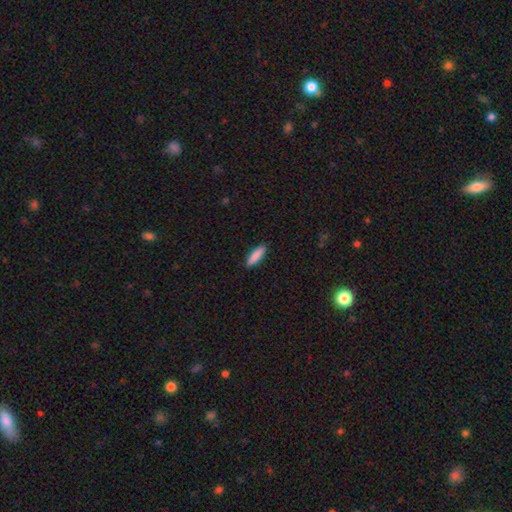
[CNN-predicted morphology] Smooth or featured? smooth (88%)
How rounded? cigar-shaped (63%)
Merging? none (90%)